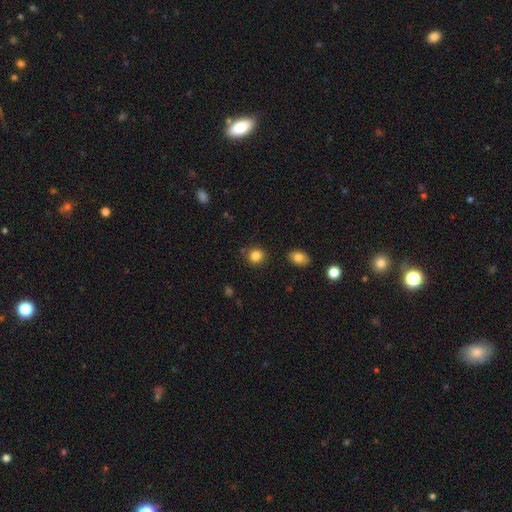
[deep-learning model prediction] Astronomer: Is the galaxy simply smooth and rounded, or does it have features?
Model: smooth — 85%.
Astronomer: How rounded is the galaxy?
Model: round — 86%.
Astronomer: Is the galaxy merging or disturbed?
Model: none — 86%.